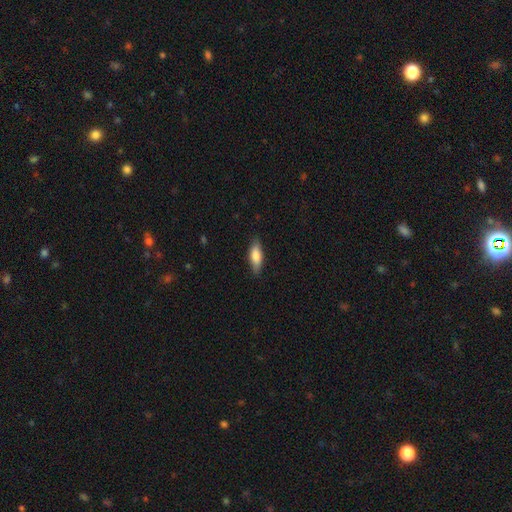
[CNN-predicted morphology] type=smooth (79%); roundness=in between (66%); merging=none (83%).